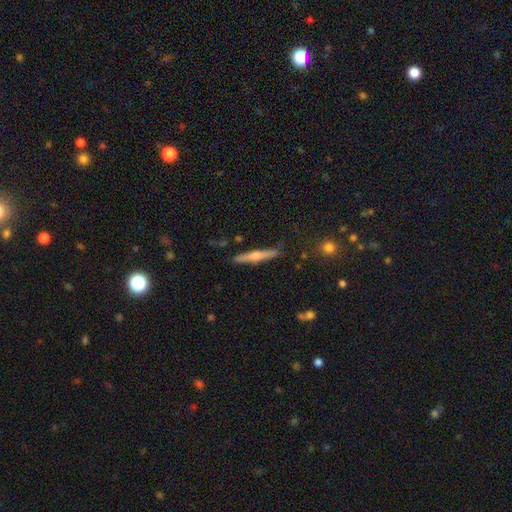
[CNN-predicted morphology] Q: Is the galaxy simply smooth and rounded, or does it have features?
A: featured or disk — 67%.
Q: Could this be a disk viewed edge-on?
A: yes — 97%.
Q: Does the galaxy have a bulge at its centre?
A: rounded — 83%.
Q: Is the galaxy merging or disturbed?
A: none — 88%.